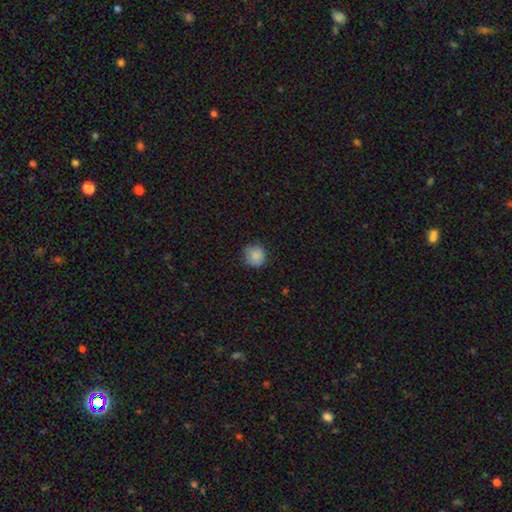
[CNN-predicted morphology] Q: Smooth or featured?
A: smooth (86%); runner-up: star or artifact (9%)
Q: How rounded?
A: round (89%); runner-up: in between (10%)
Q: Merging?
A: none (79%); runner-up: minor disturbance (17%)